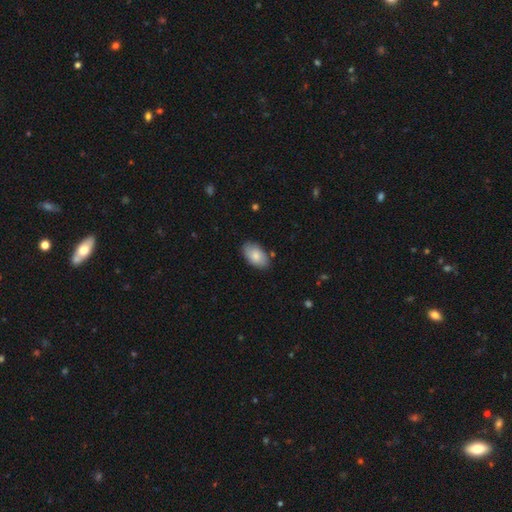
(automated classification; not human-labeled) This appears to be a smooth galaxy with no disk features (82%) that is in between round and cigar-shaped (94%). Merging: none (82%).